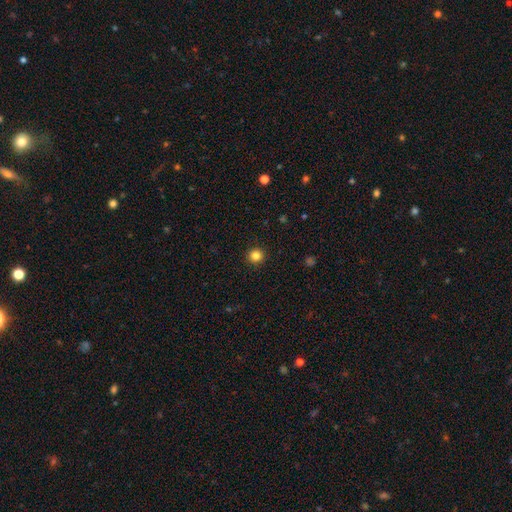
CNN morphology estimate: smooth 83%, star or artifact 12%, featured or disk 5%. Down the decision tree: how rounded — round (95%); merging — none (93%).